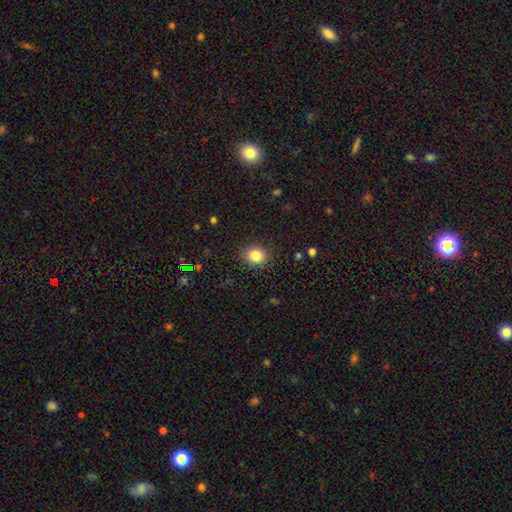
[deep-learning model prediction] This is clearly a smooth galaxy (84%). How rounded: clearly round (81%). Merging: clearly none (89%).